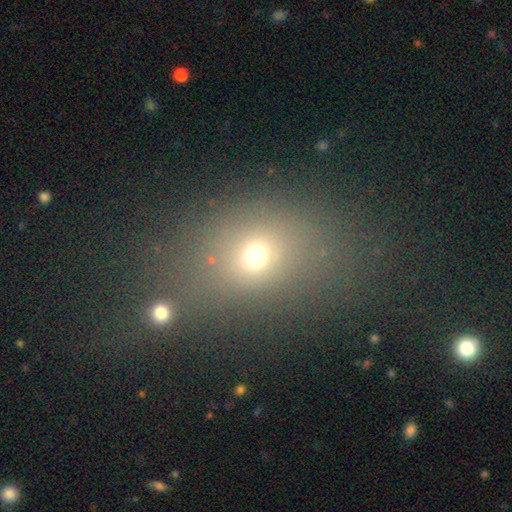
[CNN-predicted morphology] A smooth galaxy with no disk features (65%) that is in between round and cigar-shaped (62%).

Vote fractions:
- Smooth or featured? smooth: 65% / star or artifact: 22% / featured or disk: 13%
- How rounded? in between: 62% / round: 35% / cigar-shaped: 3%
- Merging? none: 67% / minor disturbance: 14% / merger: 11% / major disturbance: 8%